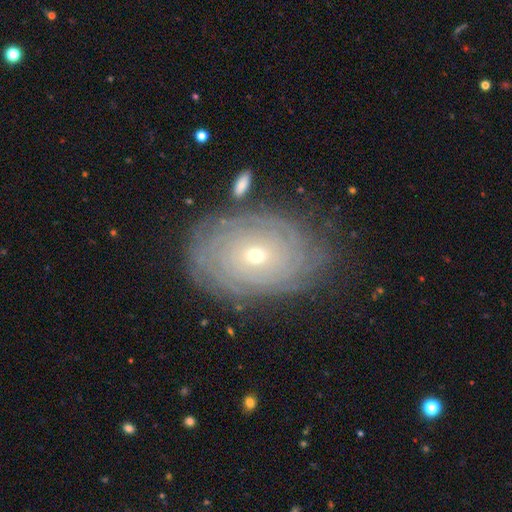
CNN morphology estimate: A featured or disk galaxy (79%) with no bar (80%), tight (87%) spiral arms (91%) and a small central bulge (67%). Merging: none (79%).